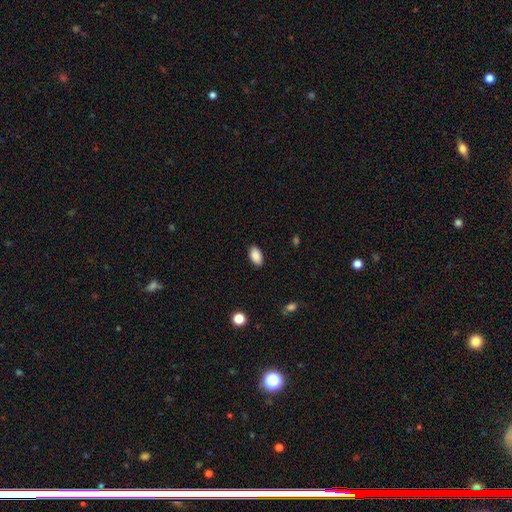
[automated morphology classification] Smooth or featured?
  - smooth: 89% *
  - star or artifact: 7%
  - featured or disk: 3%
How rounded?
  - in between: 94% *
  - round: 4%
  - cigar-shaped: 2%
Merging?
  - none: 87% *
  - minor disturbance: 9%
  - major disturbance: 2%
  - merger: 1%